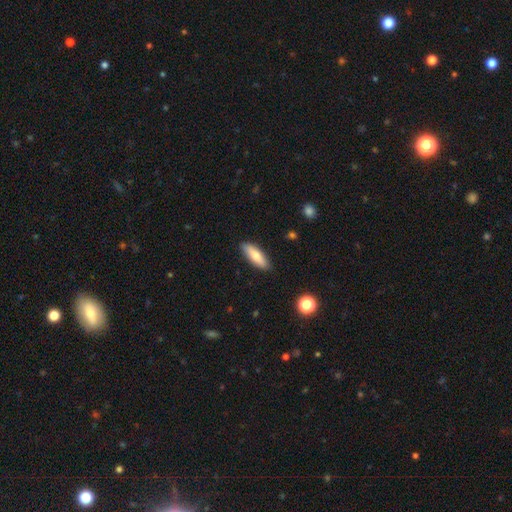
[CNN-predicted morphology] Smooth or featured: smooth — 75% (featured or disk — 19%)
How rounded: in between — 53% (cigar-shaped — 45%)
Merging: none — 88% (minor disturbance — 9%)